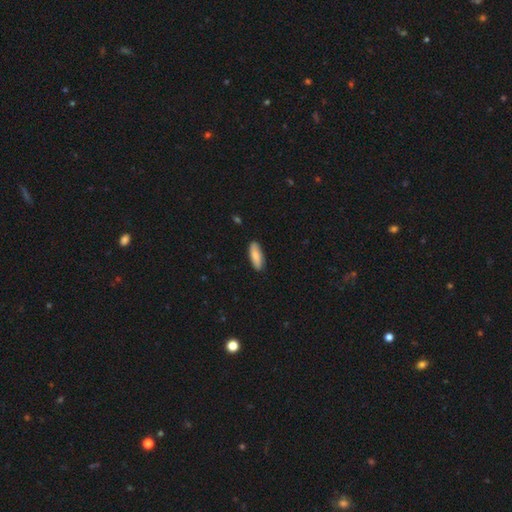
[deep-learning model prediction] This appears to be a smooth galaxy with no disk features (82%) that is in between round and cigar-shaped (65%). Merging: none (88%).